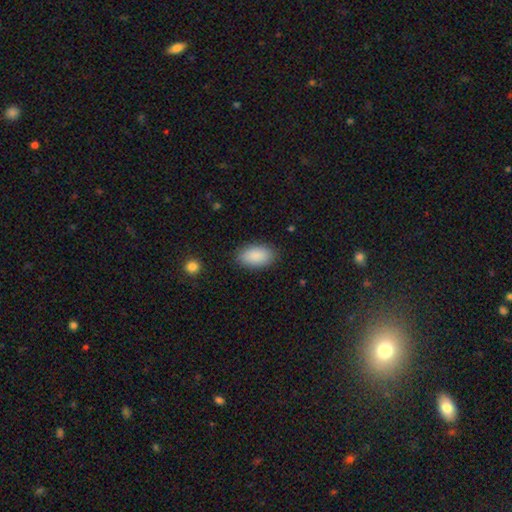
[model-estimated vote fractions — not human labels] This is clearly a smooth galaxy (90%). How rounded: clearly in between (94%). Merging: clearly none (86%).